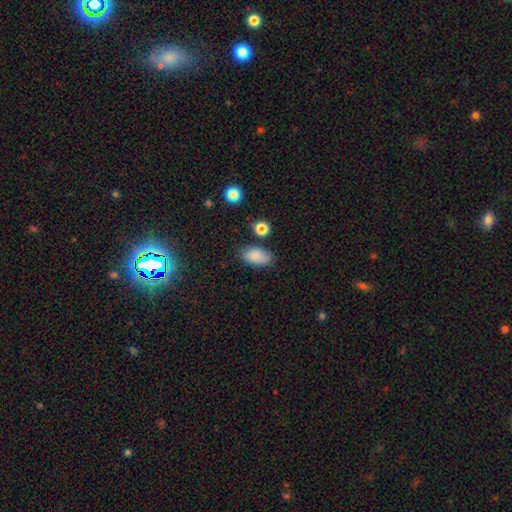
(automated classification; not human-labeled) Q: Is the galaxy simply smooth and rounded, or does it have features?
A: smooth — 84%.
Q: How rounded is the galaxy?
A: in between — 91%.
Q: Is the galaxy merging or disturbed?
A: none — 72%.